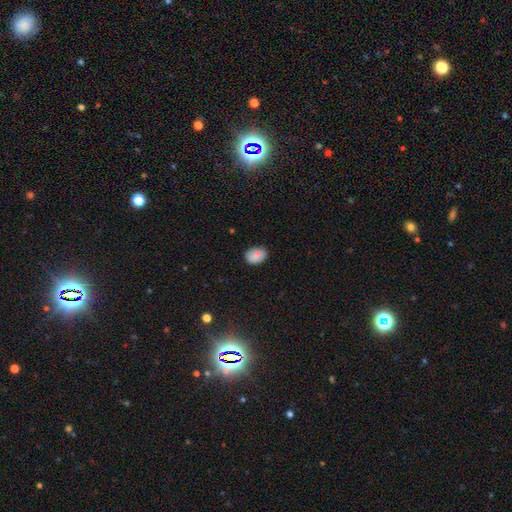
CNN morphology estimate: Smooth or featured: smooth — 84% (star or artifact — 9%)
How rounded: in between — 72% (round — 27%)
Merging: none — 79% (minor disturbance — 16%)